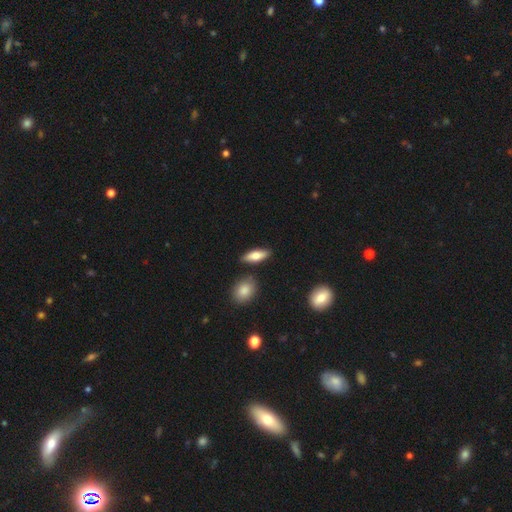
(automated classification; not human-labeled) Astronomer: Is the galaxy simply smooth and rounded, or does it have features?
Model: smooth — 73%.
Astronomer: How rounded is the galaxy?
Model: in between — 65%.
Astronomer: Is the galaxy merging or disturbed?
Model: none — 82%.